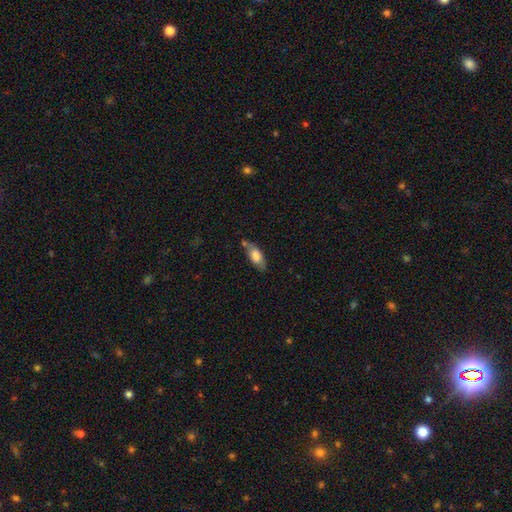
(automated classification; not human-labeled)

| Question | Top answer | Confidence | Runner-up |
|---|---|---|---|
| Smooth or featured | smooth | 72% | featured or disk (21%) |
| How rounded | in between | 81% | cigar-shaped (16%) |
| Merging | none | 58% | minor disturbance (24%) |